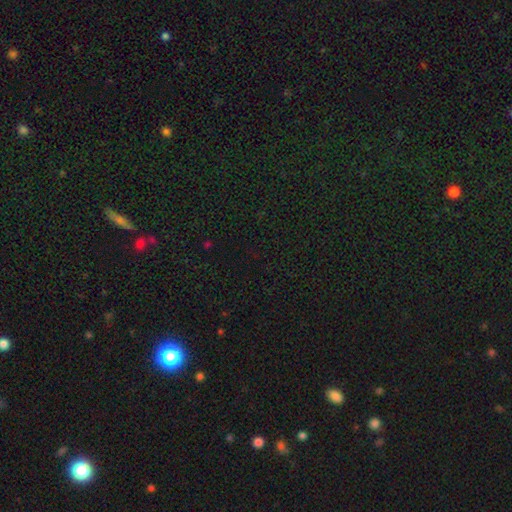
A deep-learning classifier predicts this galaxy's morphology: Smooth or featured? star or artifact (71%)